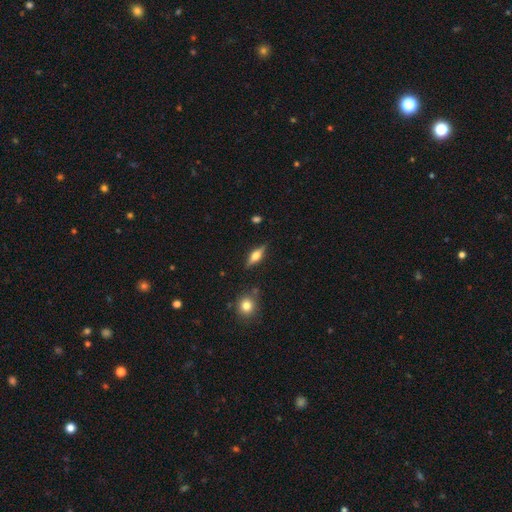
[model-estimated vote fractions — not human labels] Smooth or featured?
  - featured or disk: 53% *
  - smooth: 39%
  - star or artifact: 7%
Edge-on disk?
  - yes: 93% *
  - no: 7%
Merging?
  - none: 84% *
  - minor disturbance: 10%
  - major disturbance: 3%
  - merger: 3%